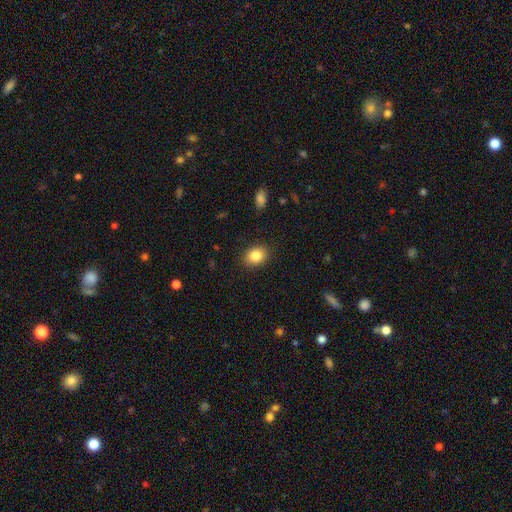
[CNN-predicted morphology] type=smooth (85%); roundness=in between (61%); merging=none (88%).